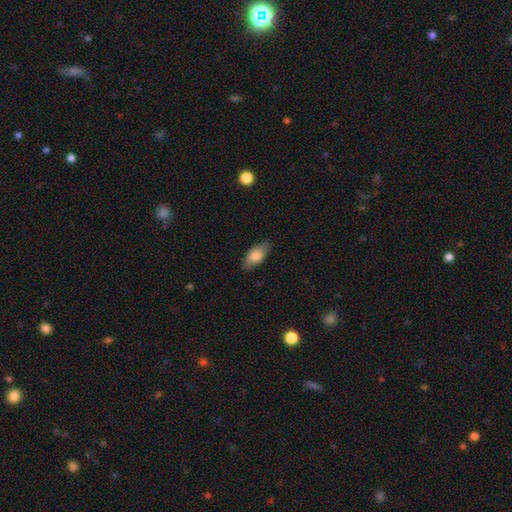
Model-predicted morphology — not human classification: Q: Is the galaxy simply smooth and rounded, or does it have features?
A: smooth — 78%.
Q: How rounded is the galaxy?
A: in between — 88%.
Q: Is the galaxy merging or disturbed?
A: none — 81%.